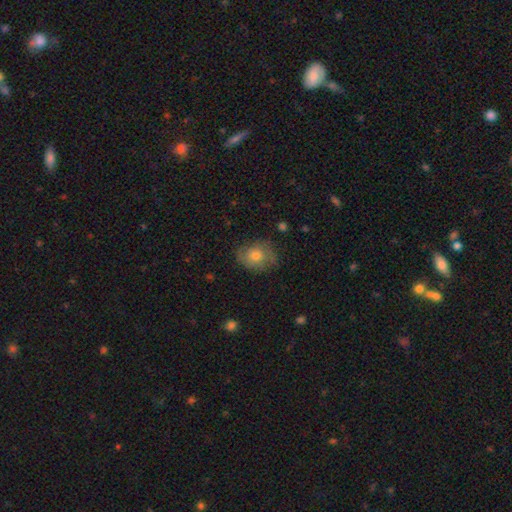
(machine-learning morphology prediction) This appears to be a smooth galaxy with no disk features (53%) that is round (56%). Merging: none (71%).